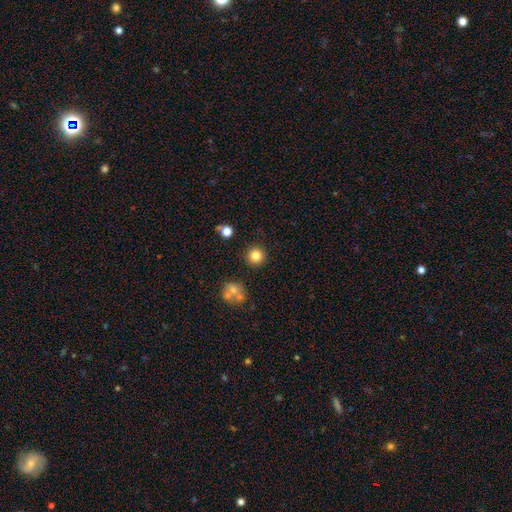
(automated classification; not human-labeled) Smooth or featured? Predicted: smooth (p=0.81). How rounded? Predicted: round (p=0.94). Merging? Predicted: none (p=0.88).